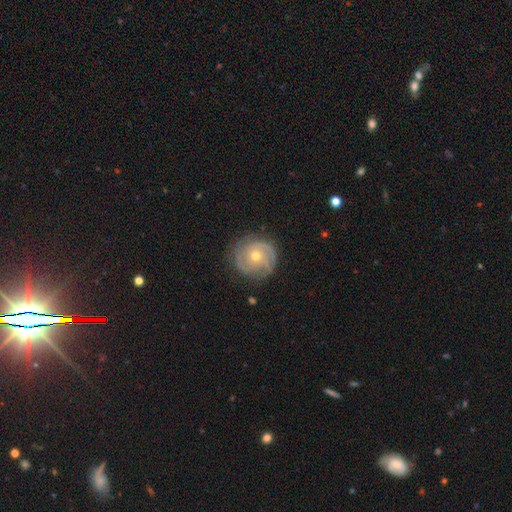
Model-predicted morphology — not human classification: Smooth or featured? featured or disk (82%)
Edge-on disk? no (98%)
Bar? no (77%)
Spiral arms? yes (95%)
Spiral winding? tight (65%)
Spiral arm count? 3 (34%)
Bulge size? moderate (54%)
Merging? none (81%)